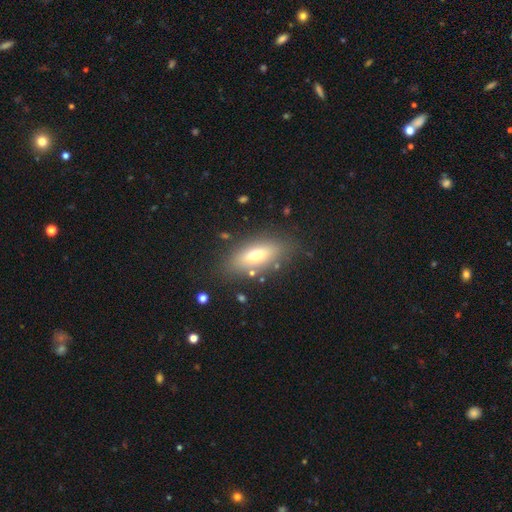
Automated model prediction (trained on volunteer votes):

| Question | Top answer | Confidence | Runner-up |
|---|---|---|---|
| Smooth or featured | smooth | 64% | featured or disk (27%) |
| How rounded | in between | 76% | cigar-shaped (20%) |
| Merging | none | 81% | minor disturbance (12%) |